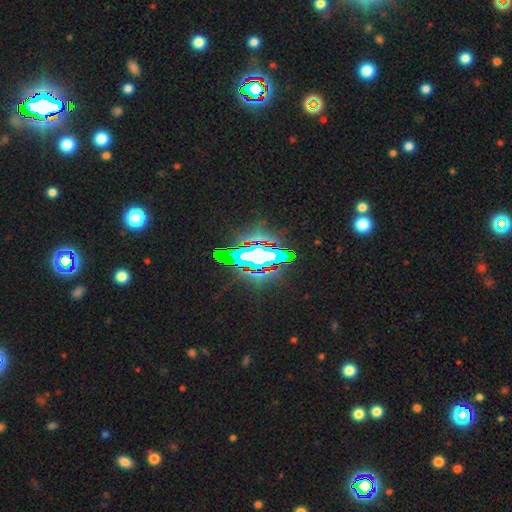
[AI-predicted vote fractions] Morphology: type=star or artifact (62%).